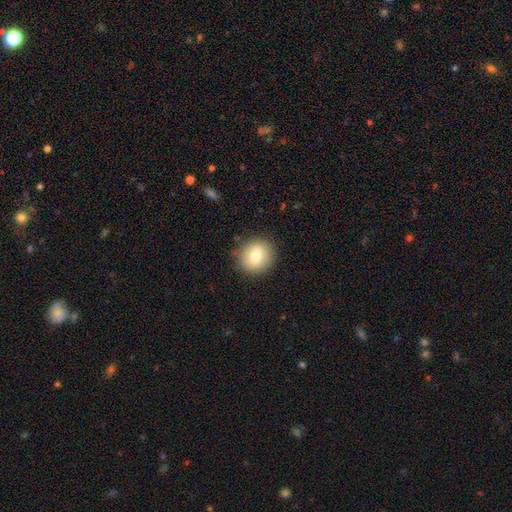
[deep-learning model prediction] Smooth or featured? Predicted: smooth (p=0.74). How rounded? Predicted: round (p=0.83). Merging? Predicted: none (p=0.86).